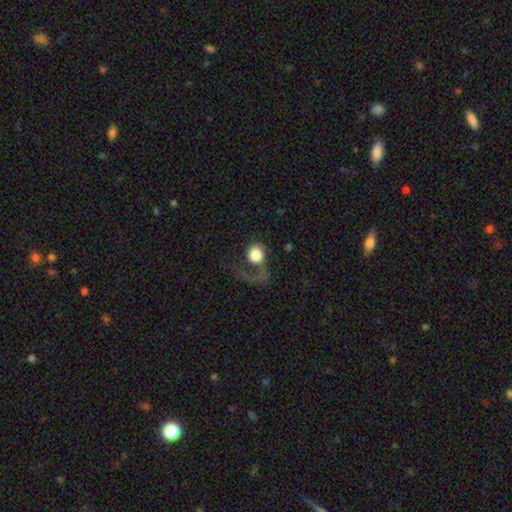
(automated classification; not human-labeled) Smooth or featured: smooth — 61% (featured or disk — 31%)
How rounded: round — 80% (in between — 19%)
Merging: major disturbance — 54% (none — 26%)